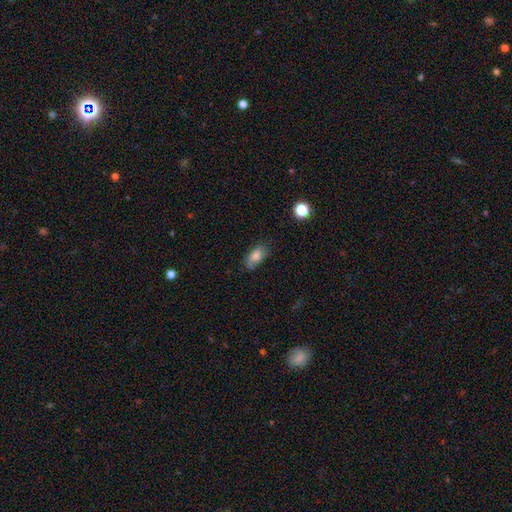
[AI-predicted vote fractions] Smooth or featured: smooth — 76% (featured or disk — 14%)
How rounded: in between — 87% (cigar-shaped — 7%)
Merging: none — 67% (minor disturbance — 25%)